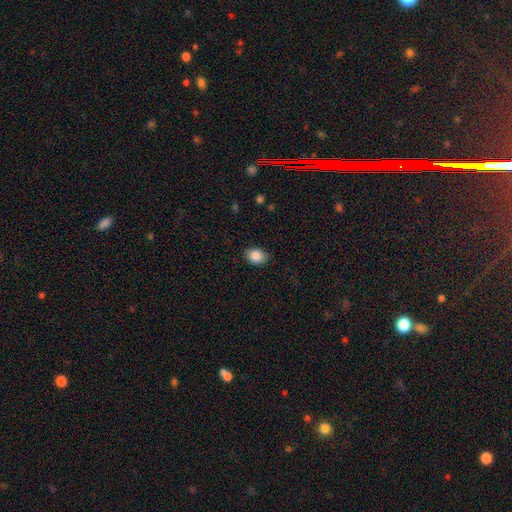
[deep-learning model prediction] Morphology: type=smooth (86%); roundness=in between (59%); merging=none (85%).